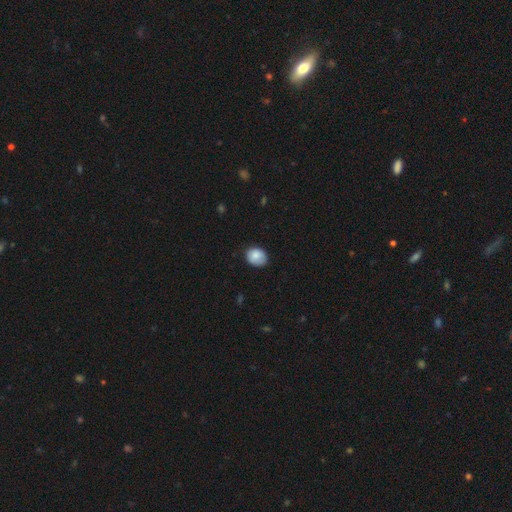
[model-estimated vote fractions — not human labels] Overall: smooth (84%). How rounded: round (56%; in between 43%). Merging: none (76%).